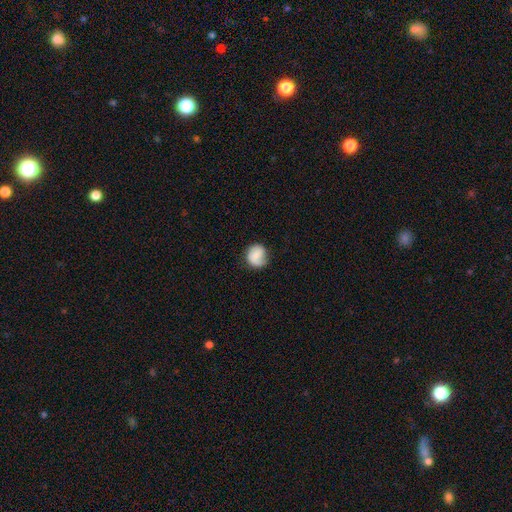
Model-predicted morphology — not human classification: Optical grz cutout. It shows a smooth galaxy with no disk features (74%) that is round (79%). Merging: none (63%).